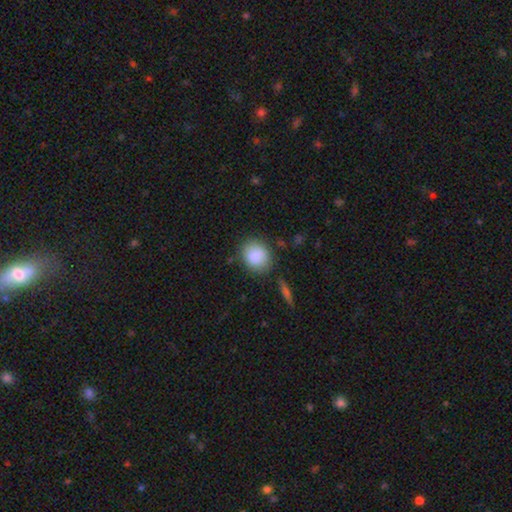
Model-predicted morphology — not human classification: smooth_or_featured: smooth (p=0.87) [alt: star or artifact p=0.07]
how_rounded: round (p=0.69) [alt: in between p=0.30]
merging: none (p=0.77) [alt: minor disturbance p=0.15]